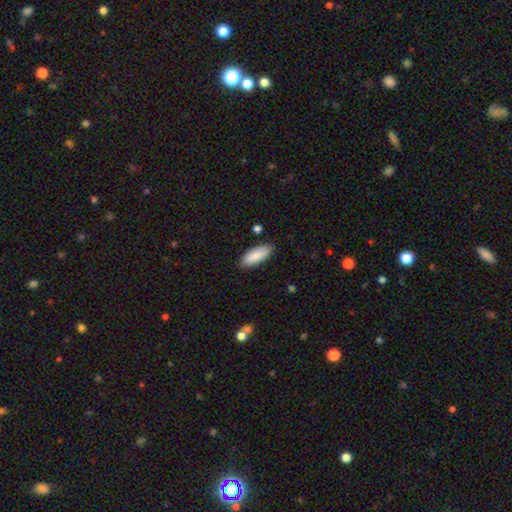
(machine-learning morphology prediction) Q: Smooth or featured?
A: smooth (88%); runner-up: featured or disk (6%)
Q: How rounded?
A: in between (77%); runner-up: cigar-shaped (21%)
Q: Merging?
A: none (87%); runner-up: minor disturbance (10%)